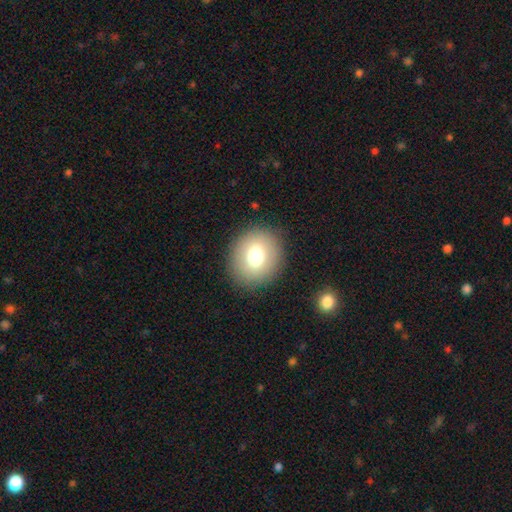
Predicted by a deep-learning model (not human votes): A smooth galaxy with no disk features (73%) that is round (76%). Merging: none (88%).